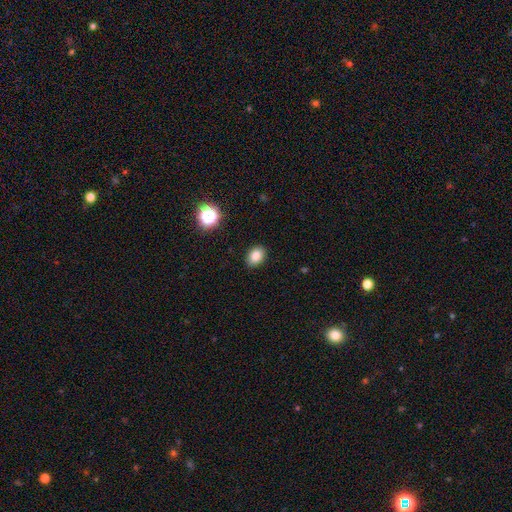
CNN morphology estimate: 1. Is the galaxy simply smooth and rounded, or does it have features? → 83% smooth, 12% star or artifact, 5% featured or disk.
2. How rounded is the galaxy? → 68% in between, 31% round, 1% cigar-shaped.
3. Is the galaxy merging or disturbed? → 88% none, 9% minor disturbance, 2% major disturbance, 1% merger.